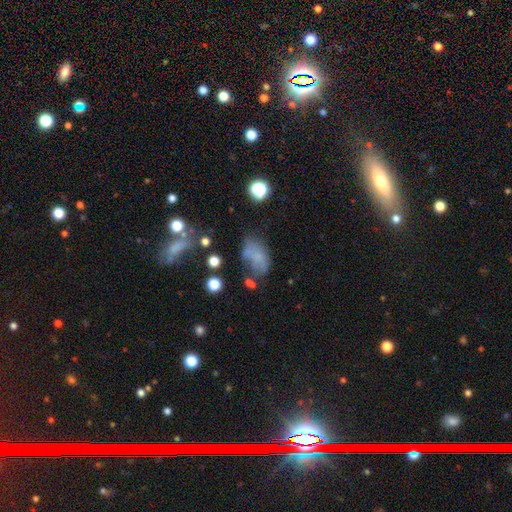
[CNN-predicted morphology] Smooth or featured? smooth (59%)
How rounded? in between (88%)
Merging? none (36%)